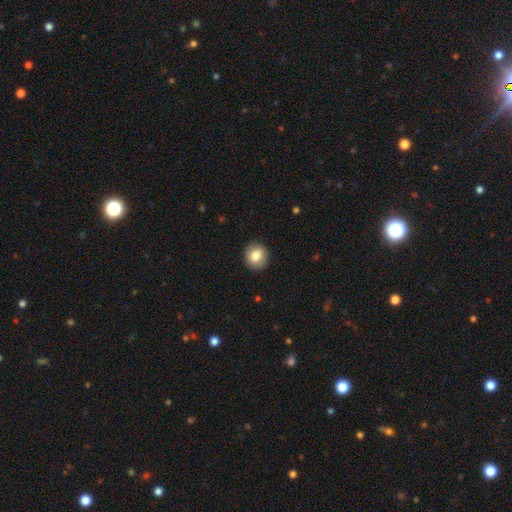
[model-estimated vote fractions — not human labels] Q: Smooth or featured?
A: smooth (82%); runner-up: featured or disk (10%)
Q: How rounded?
A: round (85%); runner-up: in between (14%)
Q: Merging?
A: none (91%); runner-up: minor disturbance (6%)